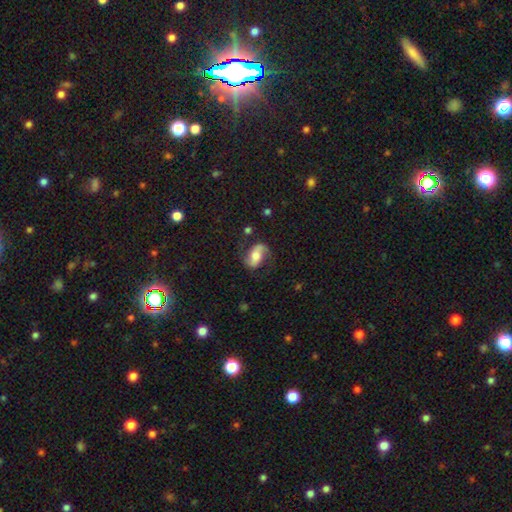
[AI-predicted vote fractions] This is likely a featured or disk galaxy (63%). It is clearly not viewed edge-on (95%). Bar: marginally no (44%). Spiral arm pattern: clearly yes (89%). Spiral arm count: clearly 2 (89%). Spiral winding: possibly loose (54%). Central bulge: possibly moderate (59%). Merging: likely none (68%).